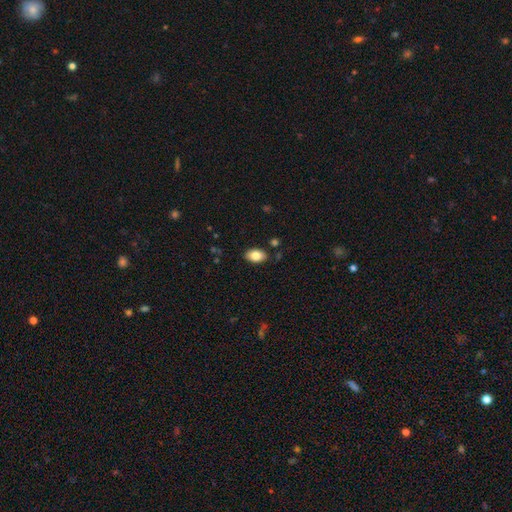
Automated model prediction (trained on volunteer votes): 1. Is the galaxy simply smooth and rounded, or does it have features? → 82% smooth, 11% featured or disk, 8% star or artifact.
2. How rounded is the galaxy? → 90% in between, 9% round, 1% cigar-shaped.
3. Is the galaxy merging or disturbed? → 85% none, 10% minor disturbance, 2% major disturbance, 2% merger.